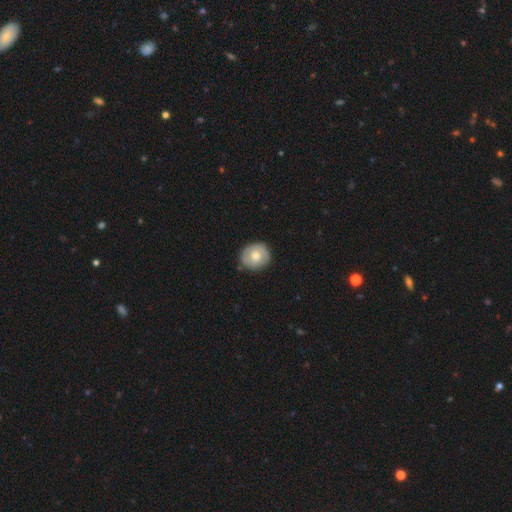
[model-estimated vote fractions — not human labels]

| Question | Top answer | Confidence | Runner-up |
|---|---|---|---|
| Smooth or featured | smooth | 57% | featured or disk (36%) |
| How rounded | round | 82% | in between (17%) |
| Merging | none | 83% | minor disturbance (13%) |